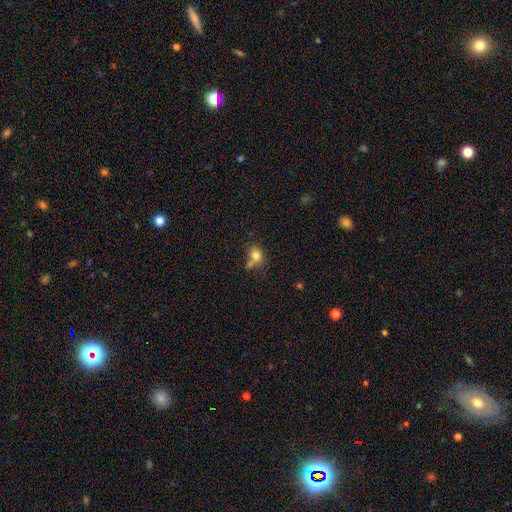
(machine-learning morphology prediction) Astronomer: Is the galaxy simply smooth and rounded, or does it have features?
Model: smooth — 78%.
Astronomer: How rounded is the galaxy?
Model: in between — 59% (runner-up: round, 39%).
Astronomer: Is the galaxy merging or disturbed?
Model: none — 42% (runner-up: merger, 26%).